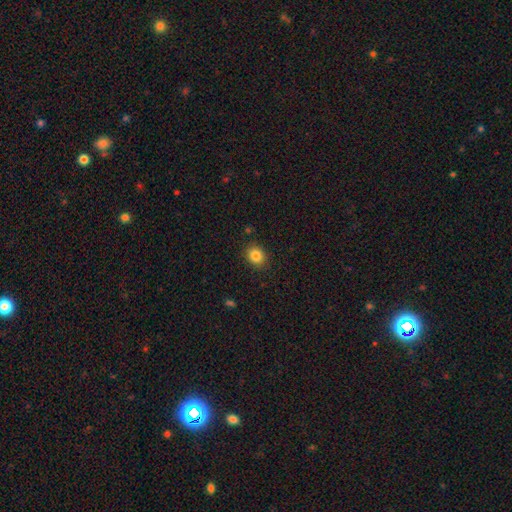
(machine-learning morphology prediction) This is clearly a smooth galaxy (84%). How rounded: likely round (66%). Merging: clearly none (88%).